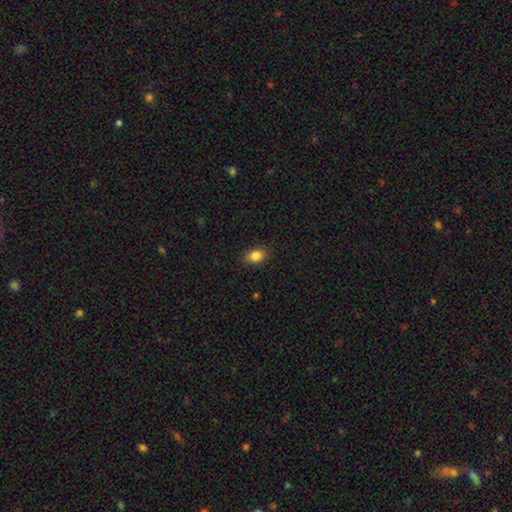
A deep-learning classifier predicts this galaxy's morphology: Smooth or featured? Predicted: smooth (p=0.85). How rounded? Predicted: in between (p=0.75). Merging? Predicted: none (p=0.87).